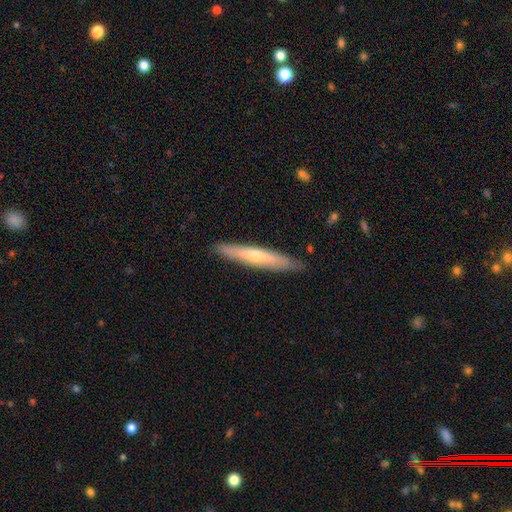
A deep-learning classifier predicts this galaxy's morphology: smooth_or_featured: featured or disk (p=0.49) [alt: smooth p=0.45]
merging: none (p=0.88) [alt: minor disturbance p=0.09]